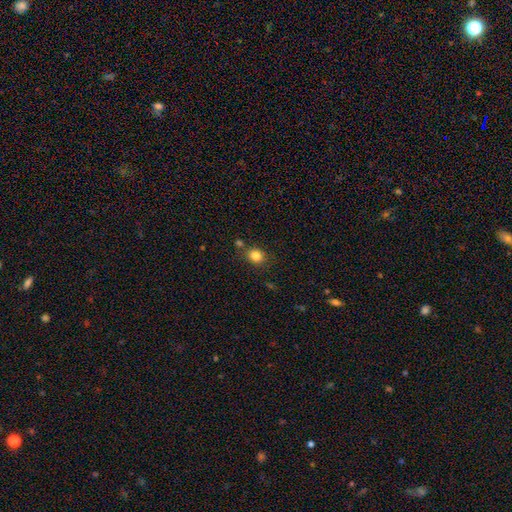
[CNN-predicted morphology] Overall: smooth (83%). How rounded: round (69%; in between 30%). Merging: none (77%).